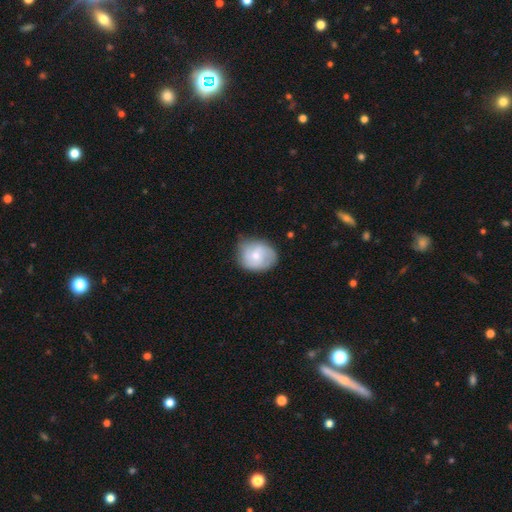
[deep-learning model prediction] A smooth galaxy with no disk features (54%) that is round (61%). Merging: none (64%).